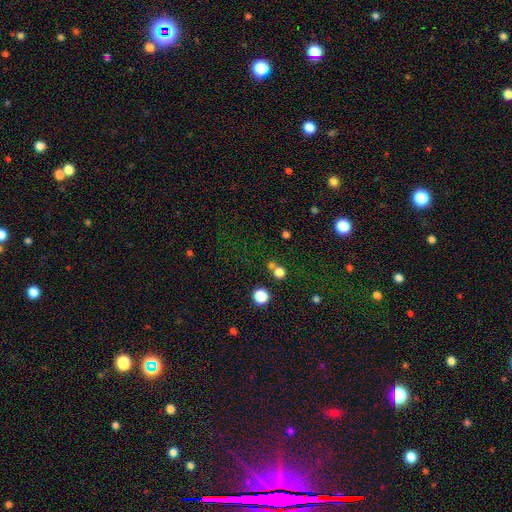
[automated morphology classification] Smooth or featured? Predicted: star or artifact (p=0.62).